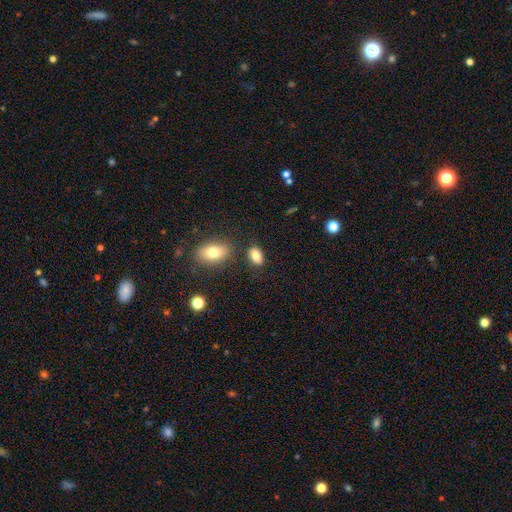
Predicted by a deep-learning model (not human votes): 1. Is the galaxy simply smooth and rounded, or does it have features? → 83% smooth, 9% star or artifact, 8% featured or disk.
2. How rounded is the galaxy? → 88% in between, 10% round, 2% cigar-shaped.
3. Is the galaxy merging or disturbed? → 79% none, 12% minor disturbance, 6% merger, 3% major disturbance.